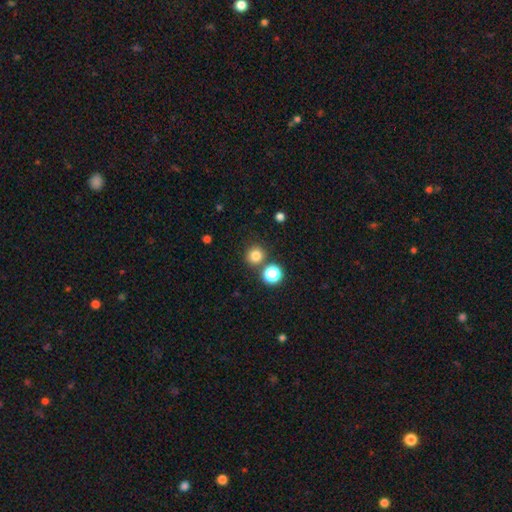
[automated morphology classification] Smooth or featured? smooth (80%)
How rounded? round (92%)
Merging? none (80%)